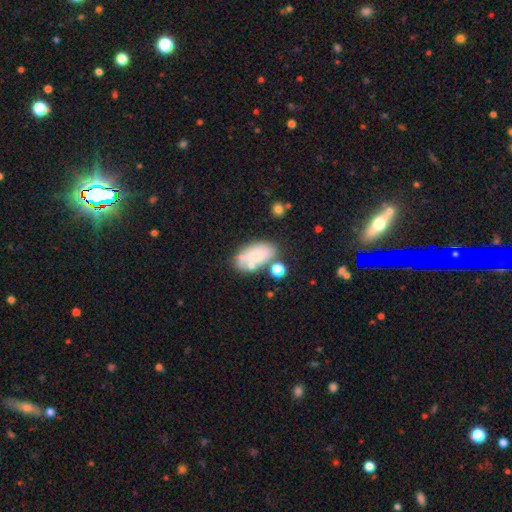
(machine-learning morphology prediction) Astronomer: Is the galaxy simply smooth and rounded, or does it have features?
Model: smooth — 55% (runner-up: featured or disk, 35%).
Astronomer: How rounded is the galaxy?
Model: in between — 92%.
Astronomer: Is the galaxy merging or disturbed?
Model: none — 52%.